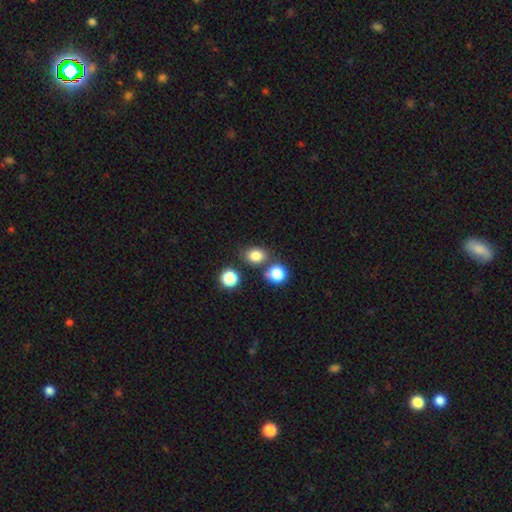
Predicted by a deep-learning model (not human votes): Smooth or featured? smooth (81%)
How rounded? round (53%)
Merging? none (71%)